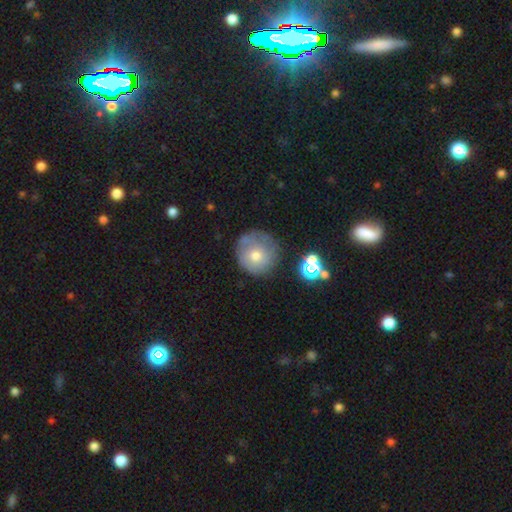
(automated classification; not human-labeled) Q: Smooth or featured?
A: smooth (65%); runner-up: featured or disk (23%)
Q: How rounded?
A: round (93%); runner-up: in between (6%)
Q: Merging?
A: none (66%); runner-up: minor disturbance (20%)